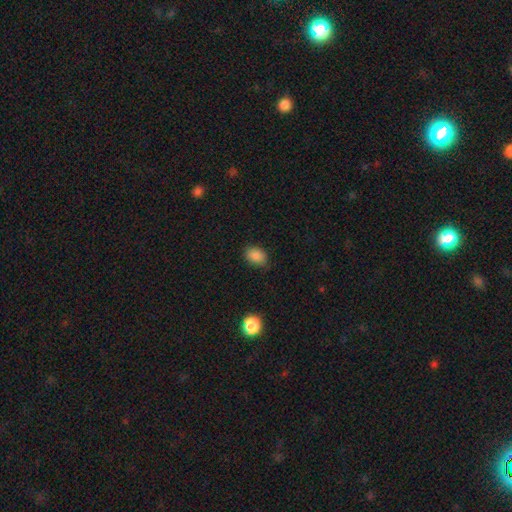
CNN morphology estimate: Smooth or featured: smooth — 86% (star or artifact — 10%)
How rounded: in between — 75% (round — 23%)
Merging: none — 82% (minor disturbance — 14%)